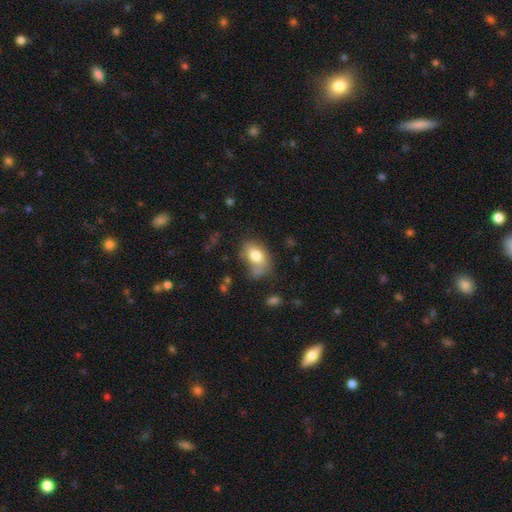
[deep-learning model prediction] Smooth or featured? Predicted: smooth (p=0.77). How rounded? Predicted: in between (p=0.84). Merging? Predicted: none (p=0.44).